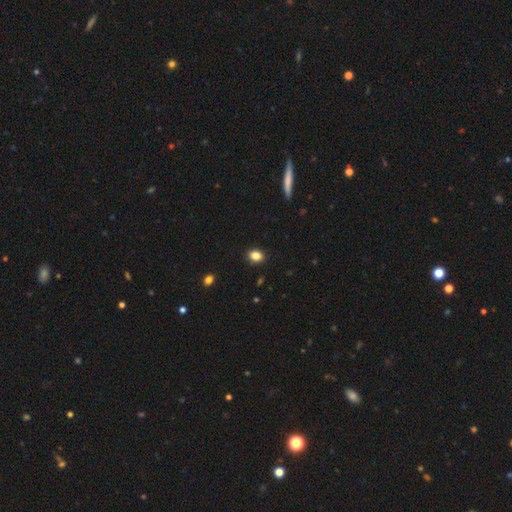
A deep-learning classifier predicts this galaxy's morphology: This is clearly a smooth galaxy (85%). How rounded: likely in between (66%). Merging: clearly none (88%).